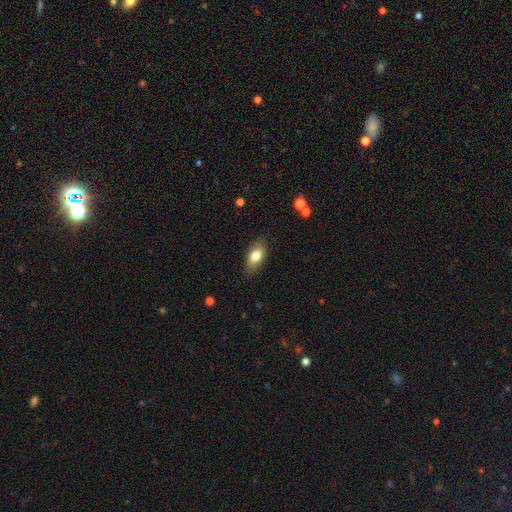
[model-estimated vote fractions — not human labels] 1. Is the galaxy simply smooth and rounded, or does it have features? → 79% smooth, 14% featured or disk, 7% star or artifact.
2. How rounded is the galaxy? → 88% in between, 7% cigar-shaped, 5% round.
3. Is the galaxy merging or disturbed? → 85% none, 12% minor disturbance, 3% major disturbance, 1% merger.